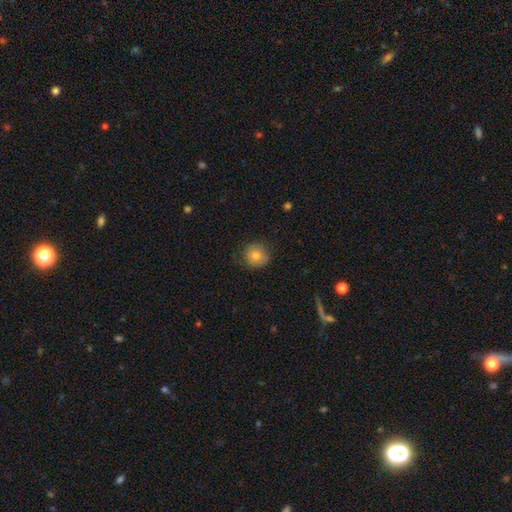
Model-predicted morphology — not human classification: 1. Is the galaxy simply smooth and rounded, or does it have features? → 78% smooth, 13% featured or disk, 10% star or artifact.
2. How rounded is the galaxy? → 90% round, 10% in between, 1% cigar-shaped.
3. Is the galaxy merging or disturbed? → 79% none, 16% minor disturbance, 4% major disturbance, 1% merger.